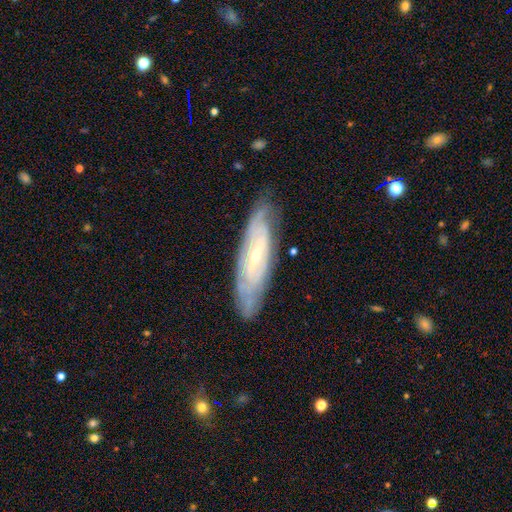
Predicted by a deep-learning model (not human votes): Smooth or featured: featured or disk — 80% (smooth — 14%)
Edge-on disk: no — 77% (yes — 23%)
Bar: weak — 41% (no — 31%)
Spiral arms: yes — 87% (no — 13%)
Spiral winding: tight — 64% (medium — 28%)
Spiral arm count: can't tell — 49% (2 — 30%)
Bulge size: small — 76% (moderate — 21%)
Merging: none — 78% (minor disturbance — 17%)